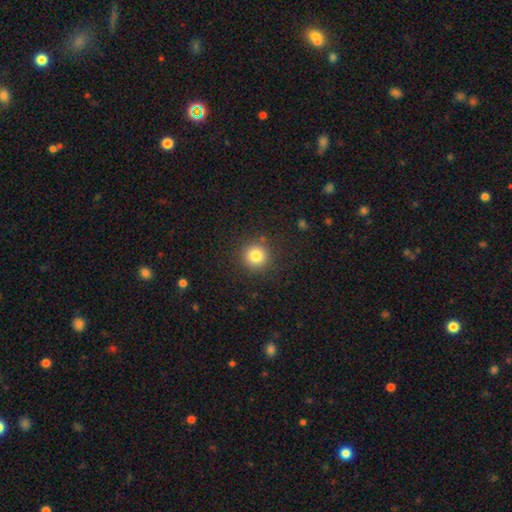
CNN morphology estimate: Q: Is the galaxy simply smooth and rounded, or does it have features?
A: smooth — 82%.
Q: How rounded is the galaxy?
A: round — 94%.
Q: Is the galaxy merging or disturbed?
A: none — 89%.